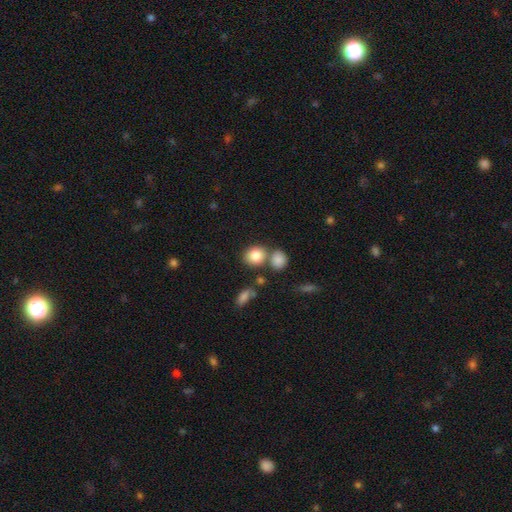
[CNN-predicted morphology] Smooth or featured?
  - smooth: 82% *
  - star or artifact: 9%
  - featured or disk: 8%
How rounded?
  - round: 70% *
  - in between: 29%
  - cigar-shaped: 1%
Merging?
  - none: 62% *
  - merger: 23%
  - minor disturbance: 11%
  - major disturbance: 4%